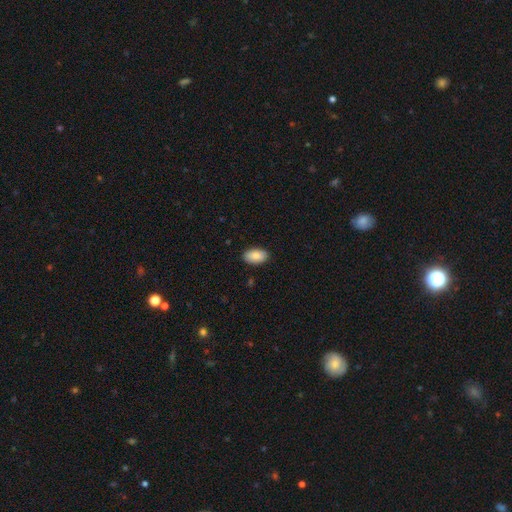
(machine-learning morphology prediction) This is clearly a smooth galaxy (85%). How rounded: clearly in between (94%). Merging: clearly none (88%).